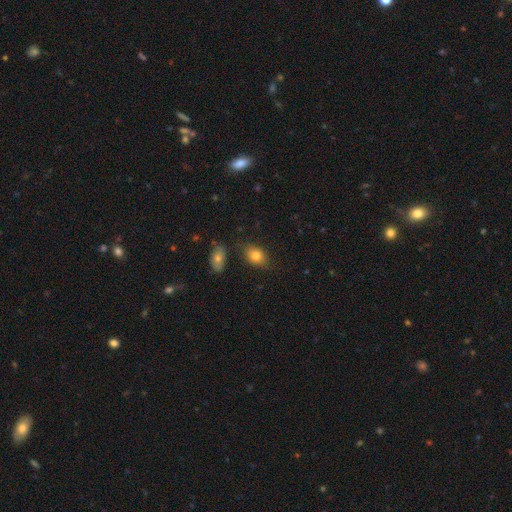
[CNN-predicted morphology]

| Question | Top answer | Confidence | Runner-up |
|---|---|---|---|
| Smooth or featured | smooth | 80% | featured or disk (10%) |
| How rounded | in between | 74% | round (25%) |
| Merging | none | 77% | minor disturbance (14%) |